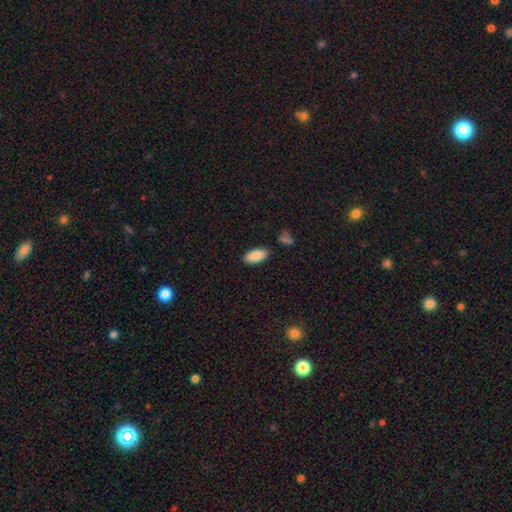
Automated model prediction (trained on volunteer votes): Smooth or featured? smooth (88%)
How rounded? in between (92%)
Merging? none (86%)